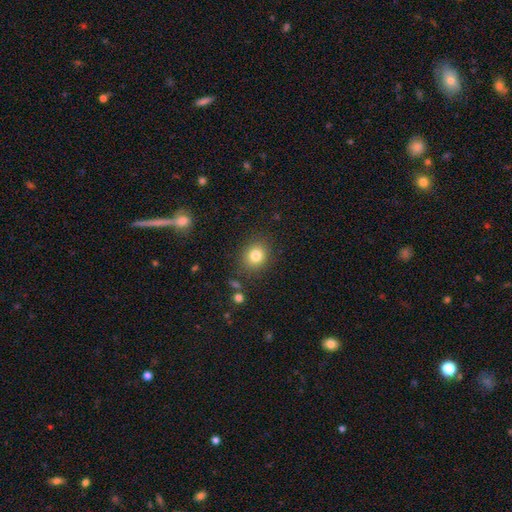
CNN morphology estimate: type=smooth (81%); roundness=round (74%); merging=none (85%).